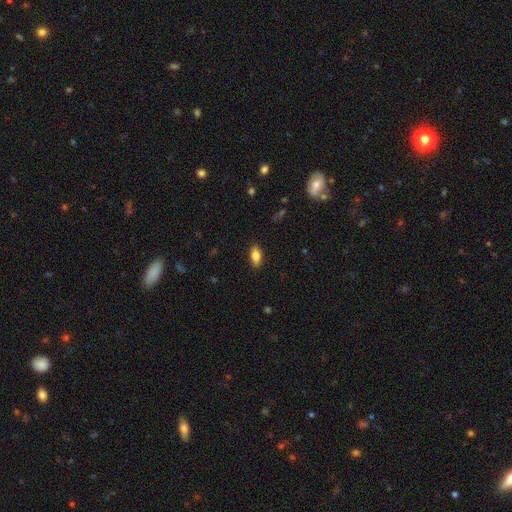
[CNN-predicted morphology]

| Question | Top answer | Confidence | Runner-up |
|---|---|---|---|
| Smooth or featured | smooth | 83% | featured or disk (9%) |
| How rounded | in between | 89% | cigar-shaped (7%) |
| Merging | none | 88% | minor disturbance (9%) |